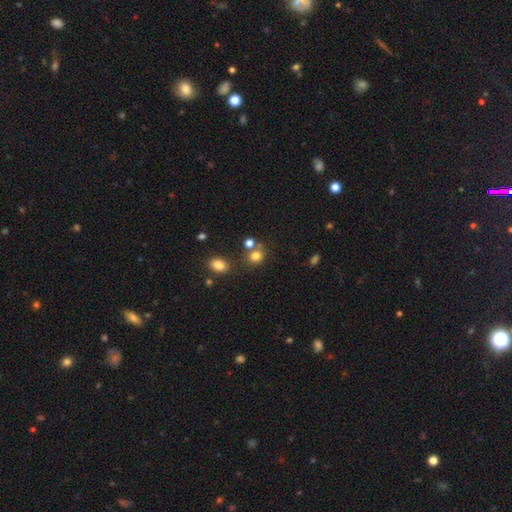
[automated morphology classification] Smooth or featured: smooth — 78% (star or artifact — 14%)
How rounded: round — 72% (in between — 27%)
Merging: none — 63% (merger — 21%)